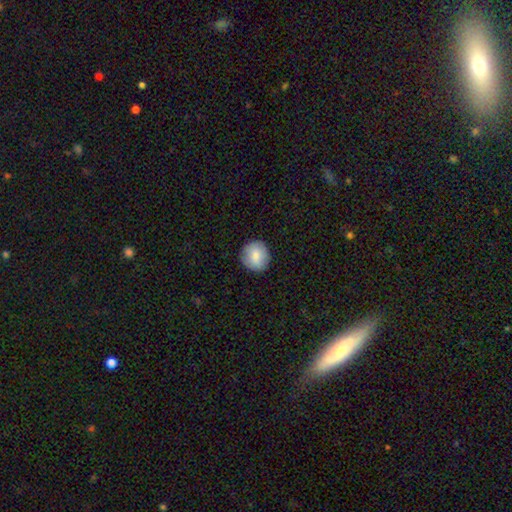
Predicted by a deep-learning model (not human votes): Smooth or featured? smooth (83%)
How rounded? round (91%)
Merging? none (88%)